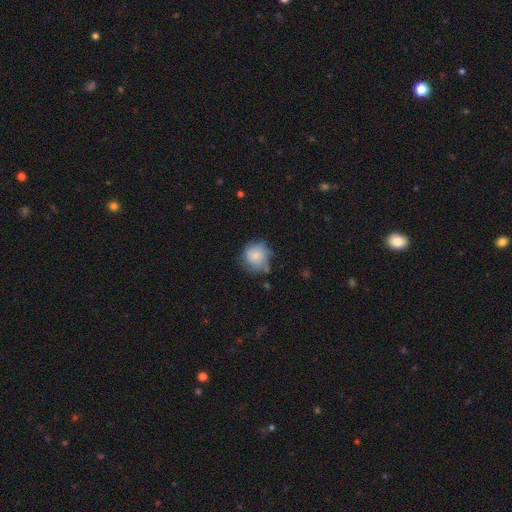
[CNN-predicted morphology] This is likely a smooth galaxy (75%). How rounded: clearly round (83%). Merging: possibly none (52%).